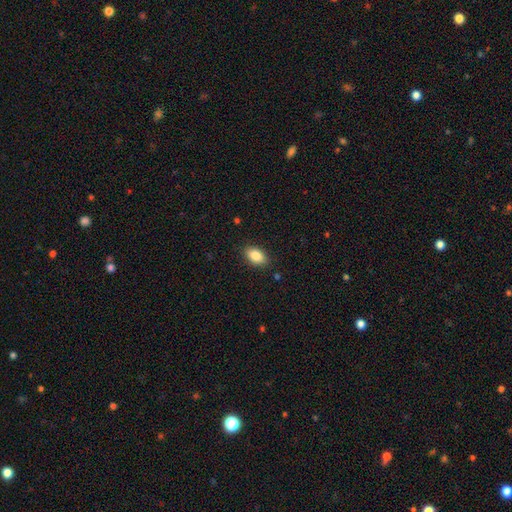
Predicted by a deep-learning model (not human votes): smooth-or-featured: smooth: 87% | star or artifact: 7% | featured or disk: 6%
  how-rounded: in between: 91% | round: 6% | cigar-shaped: 2%
  merging: none: 88% | minor disturbance: 9% | major disturbance: 2% | merger: 1%